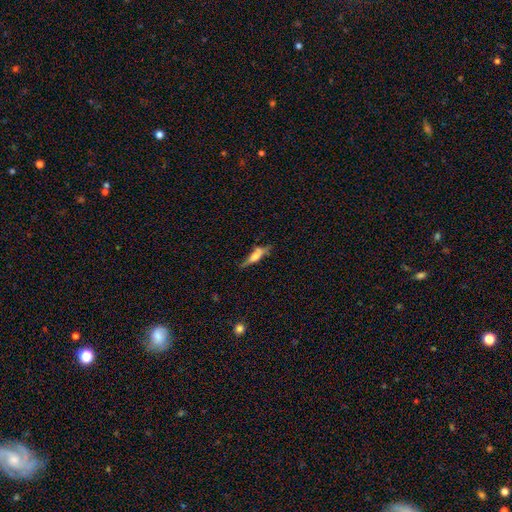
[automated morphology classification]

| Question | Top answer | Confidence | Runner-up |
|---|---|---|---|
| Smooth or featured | smooth | 48% | featured or disk (43%) |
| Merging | none | 55% | minor disturbance (26%) |